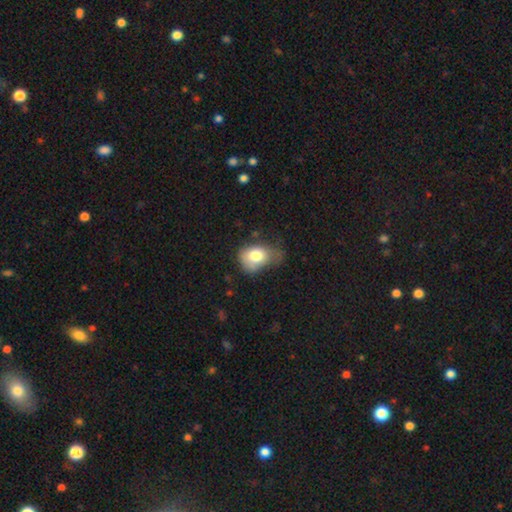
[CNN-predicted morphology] A smooth galaxy with no disk features (75%) that is in between round and cigar-shaped (73%). Merging: minor disturbance (42%).